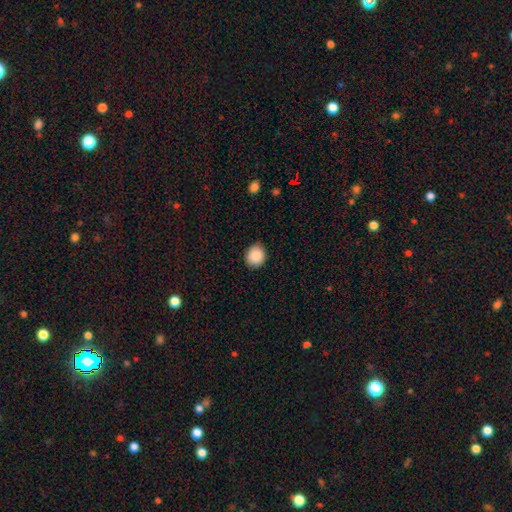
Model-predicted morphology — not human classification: Overall: smooth (88%). How rounded: round (76%). Merging: none (87%).